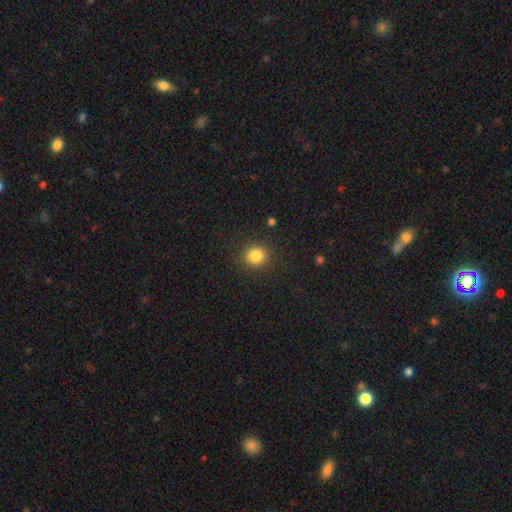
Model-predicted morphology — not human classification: Q: Smooth or featured?
A: smooth (84%); runner-up: star or artifact (11%)
Q: How rounded?
A: round (86%); runner-up: in between (13%)
Q: Merging?
A: none (89%); runner-up: minor disturbance (7%)